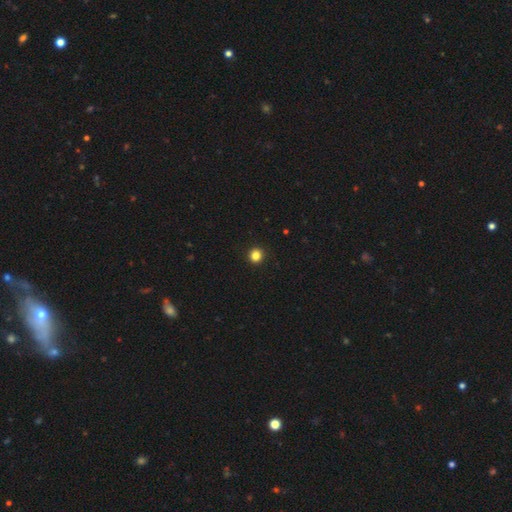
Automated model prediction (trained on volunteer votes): This is clearly a smooth galaxy (84%). How rounded: clearly round (93%). Merging: clearly none (94%).